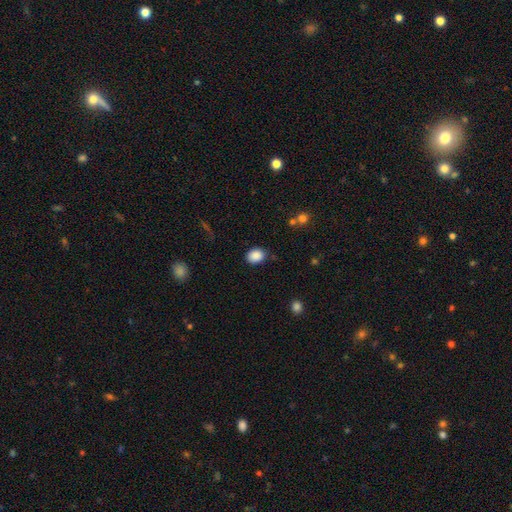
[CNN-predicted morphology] smooth 88%, star or artifact 9%, featured or disk 3%. Down the decision tree: how rounded — in between (56%); merging — none (81%).